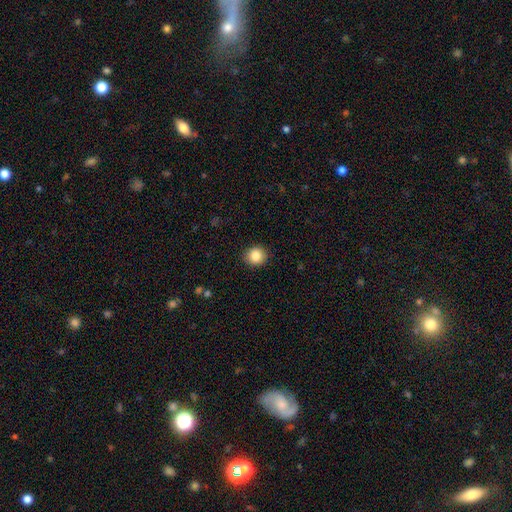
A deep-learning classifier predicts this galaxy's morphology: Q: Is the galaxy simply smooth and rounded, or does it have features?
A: smooth — 86%.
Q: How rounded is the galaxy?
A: round — 87%.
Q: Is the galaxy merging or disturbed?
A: none — 91%.